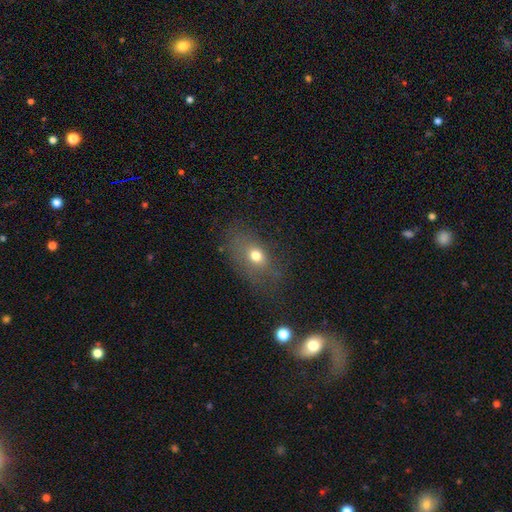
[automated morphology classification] This appears to be a smooth galaxy with no disk features (68%) that is in between round and cigar-shaped (68%). Merging: none (64%).